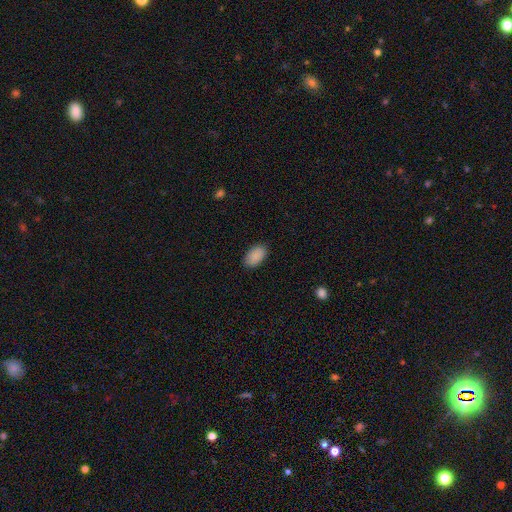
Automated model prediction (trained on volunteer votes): Q: Smooth or featured?
A: smooth (90%); runner-up: star or artifact (7%)
Q: How rounded?
A: in between (94%); runner-up: round (4%)
Q: Merging?
A: none (87%); runner-up: minor disturbance (9%)